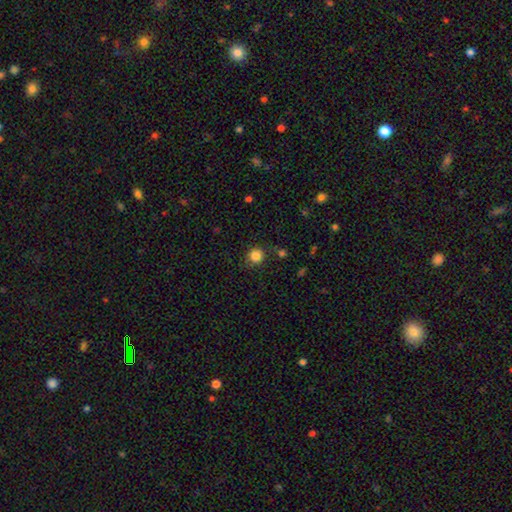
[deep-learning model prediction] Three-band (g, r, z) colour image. It shows a smooth galaxy with no disk features (85%) that is round (90%). Merging: none (80%).